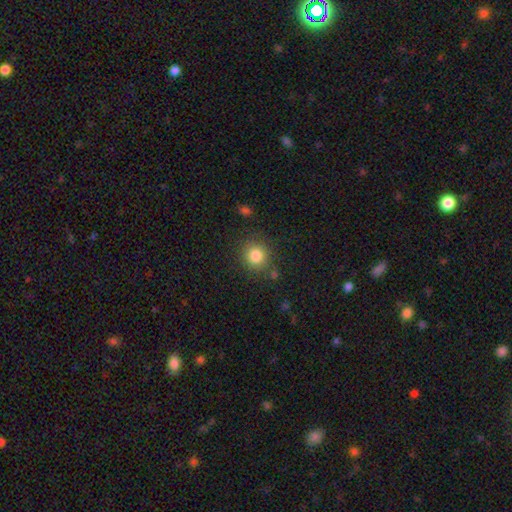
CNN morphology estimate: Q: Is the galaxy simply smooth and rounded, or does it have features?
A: smooth — 83%.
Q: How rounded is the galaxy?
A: round — 90%.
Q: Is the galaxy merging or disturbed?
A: none — 84%.